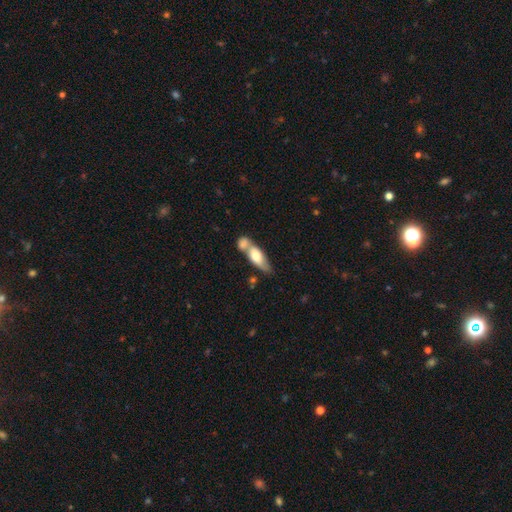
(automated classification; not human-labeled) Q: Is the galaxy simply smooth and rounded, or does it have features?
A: smooth — 64%.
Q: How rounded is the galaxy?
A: in between — 67%.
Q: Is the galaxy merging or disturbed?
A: merger — 56%.